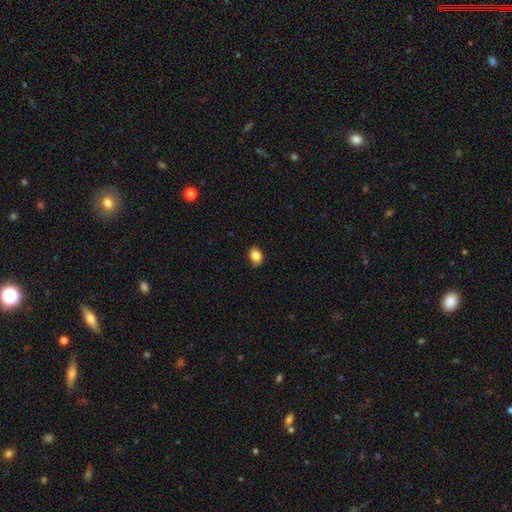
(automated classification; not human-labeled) A smooth galaxy with no disk features (86%) that is in between round and cigar-shaped (60%).

Vote fractions:
- Smooth or featured? smooth: 86% / star or artifact: 9% / featured or disk: 5%
- How rounded? in between: 60% / round: 39% / cigar-shaped: 1%
- Merging? none: 86% / minor disturbance: 11% / major disturbance: 2% / merger: 1%